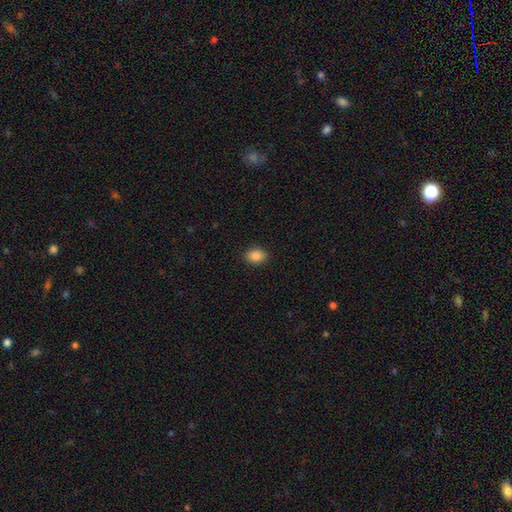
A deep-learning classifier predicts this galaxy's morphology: smooth 87%, star or artifact 9%, featured or disk 4%. Down the decision tree: how rounded — in between (69%); merging — none (89%).